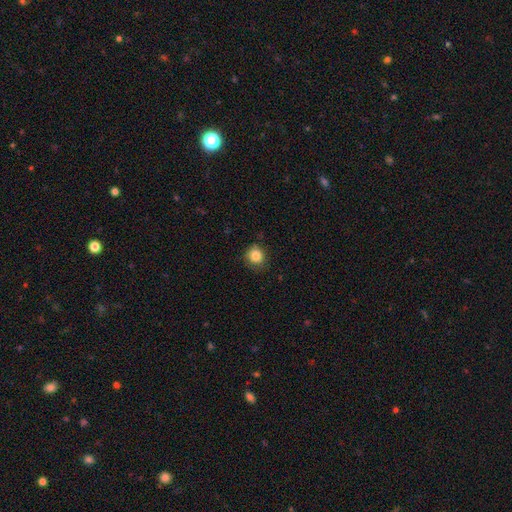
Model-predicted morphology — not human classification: The model was most divided on "merging": none: 79%, minor disturbance: 16%, major disturbance: 3%, merger: 1%. More confident: how rounded — round (85%); smooth or featured — smooth (85%).